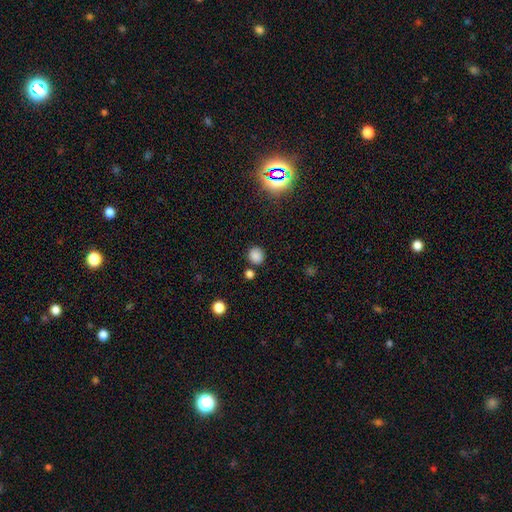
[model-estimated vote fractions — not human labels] Morphology: type=smooth (83%); roundness=round (81%); merging=none (82%).